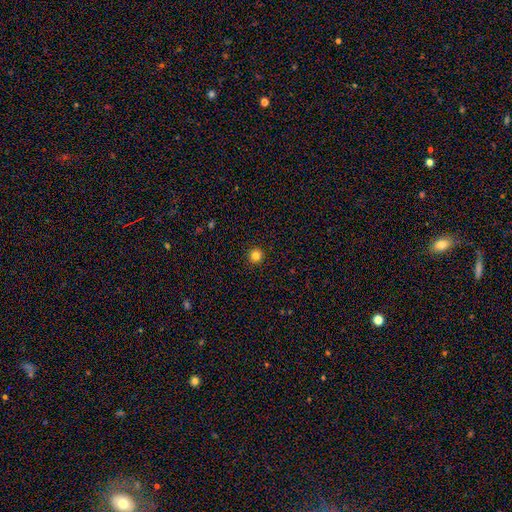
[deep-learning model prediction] smooth 83%, star or artifact 13%, featured or disk 5%. Down the decision tree: how rounded — round (96%); merging — none (94%).